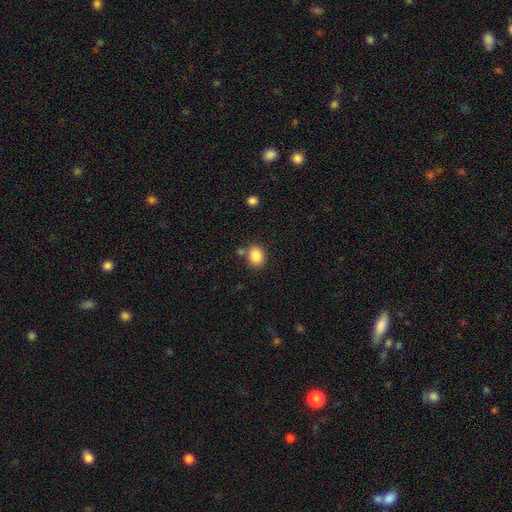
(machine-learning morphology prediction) Smooth or featured? Predicted: smooth (p=0.86). How rounded? Predicted: round (p=0.51). Merging? Predicted: none (p=0.75).